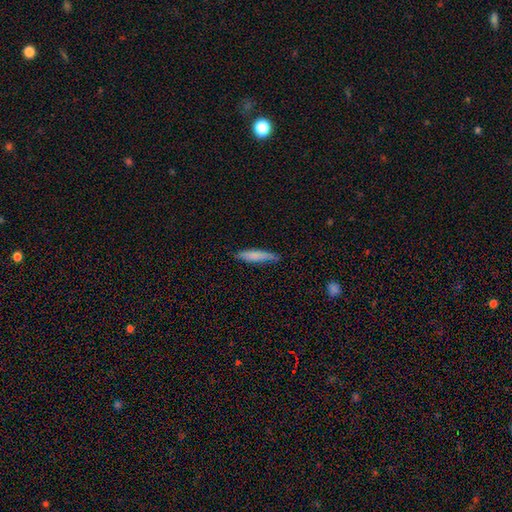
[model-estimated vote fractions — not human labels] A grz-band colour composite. It shows a smooth galaxy with no disk features (76%) that is cigar-shaped (84%). Merging: none (78%).